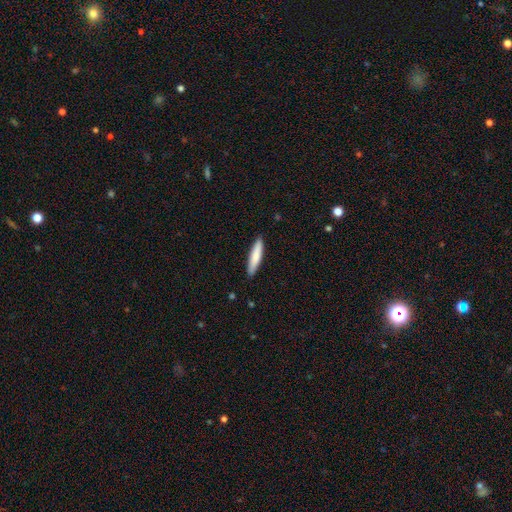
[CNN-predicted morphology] Smooth or featured?
  - smooth: 79% *
  - featured or disk: 16%
  - star or artifact: 5%
How rounded?
  - cigar-shaped: 85% *
  - in between: 14%
  - round: 1%
Merging?
  - none: 90% *
  - minor disturbance: 8%
  - major disturbance: 1%
  - merger: 1%